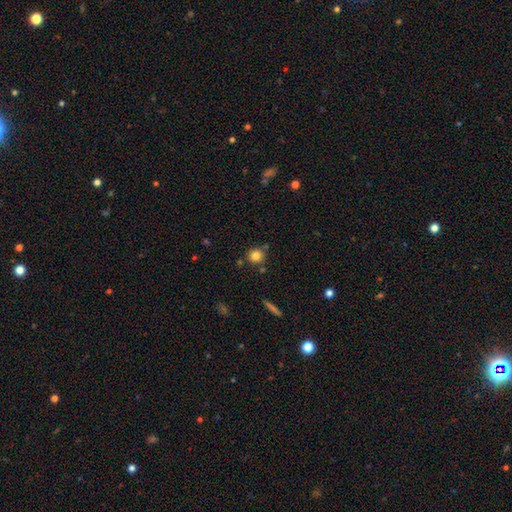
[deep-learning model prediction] smooth_or_featured: smooth (p=0.81) [alt: star or artifact p=0.11]
how_rounded: round (p=0.91) [alt: in between p=0.08]
merging: none (p=0.78) [alt: minor disturbance p=0.10]